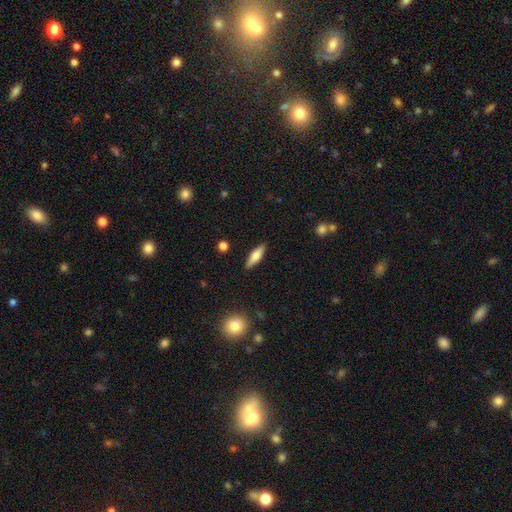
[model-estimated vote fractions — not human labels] Q: Smooth or featured?
A: smooth (63%); runner-up: featured or disk (31%)
Q: How rounded?
A: cigar-shaped (60%); runner-up: in between (38%)
Q: Merging?
A: none (88%); runner-up: minor disturbance (9%)